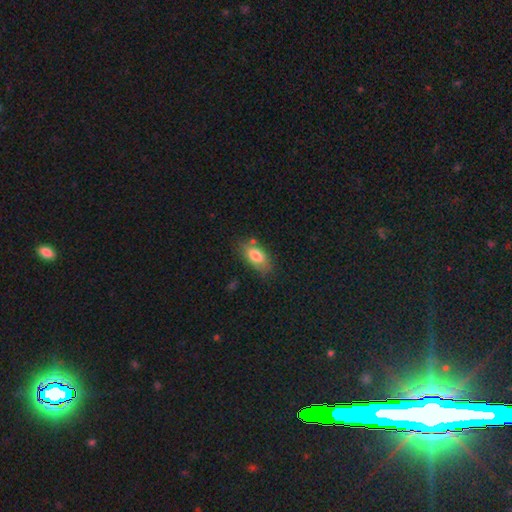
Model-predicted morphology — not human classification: Q: Smooth or featured?
A: smooth (76%); runner-up: featured or disk (17%)
Q: How rounded?
A: in between (88%); runner-up: cigar-shaped (8%)
Q: Merging?
A: none (71%); runner-up: minor disturbance (20%)